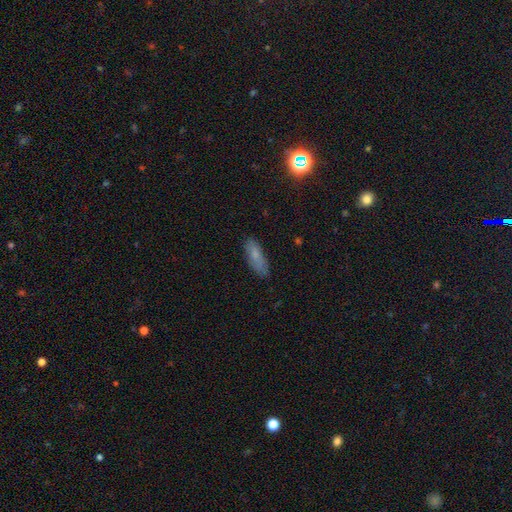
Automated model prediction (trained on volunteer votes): Smooth or featured: smooth — 72% (featured or disk — 18%)
How rounded: in between — 63% (cigar-shaped — 35%)
Merging: none — 76% (minor disturbance — 18%)